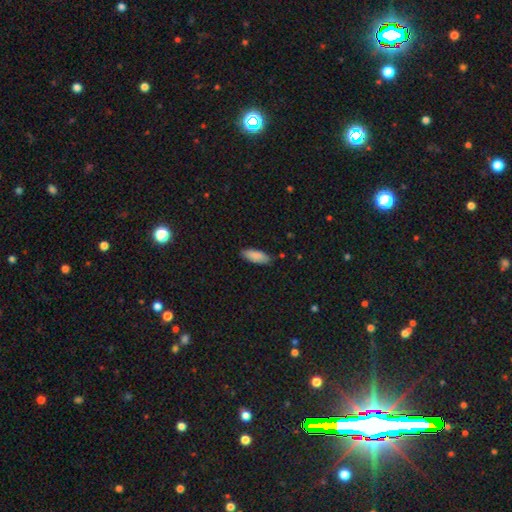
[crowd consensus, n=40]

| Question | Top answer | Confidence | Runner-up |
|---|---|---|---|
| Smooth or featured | smooth | 90% | featured or disk (8%) |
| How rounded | in between | 75% | cigar-shaped (22%) |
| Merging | none | 77% | minor disturbance (15%) |